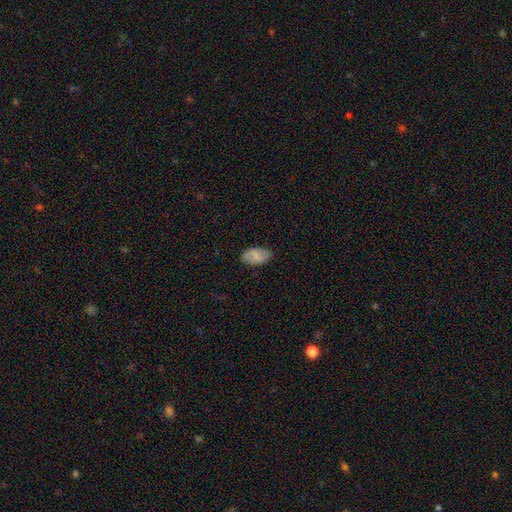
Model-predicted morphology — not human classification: The model was most divided on "smooth or featured": smooth: 73%, featured or disk: 19%, star or artifact: 8%. More confident: how rounded — in between (94%); merging — none (81%).